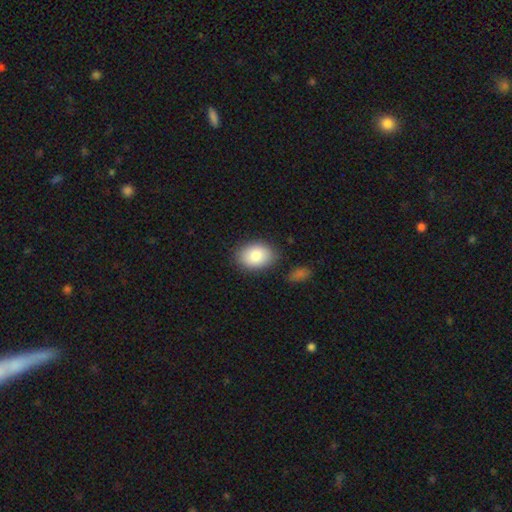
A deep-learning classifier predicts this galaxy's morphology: type=smooth (86%); roundness=in between (78%); merging=none (82%).